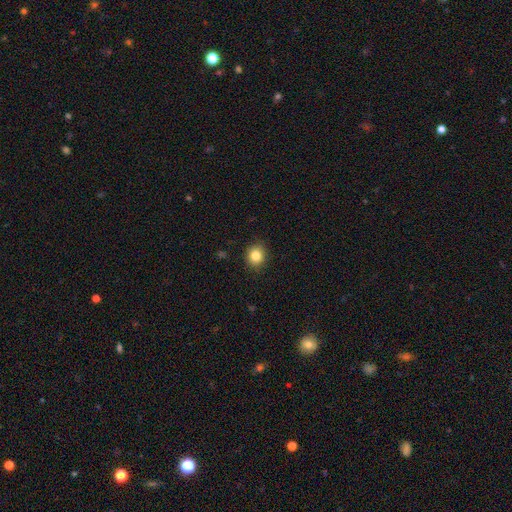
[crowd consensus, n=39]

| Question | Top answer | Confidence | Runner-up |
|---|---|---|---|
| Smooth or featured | smooth | 87% | star or artifact (8%) |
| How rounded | round | 74% | in between (26%) |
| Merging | none | 86% | minor disturbance (11%) |